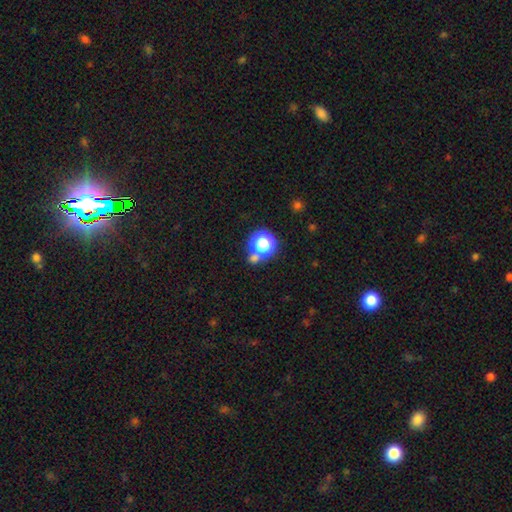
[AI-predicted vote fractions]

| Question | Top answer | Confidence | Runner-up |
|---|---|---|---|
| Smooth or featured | smooth | 47% | star or artifact (45%) |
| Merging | none | 70% | merger (18%) |